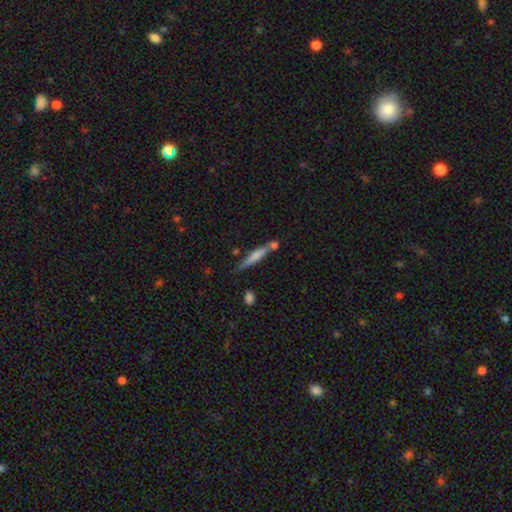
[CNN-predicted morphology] smooth 59%, featured or disk 35%, star or artifact 6%. Down the decision tree: how rounded — cigar-shaped (91%); merging — none (65%).